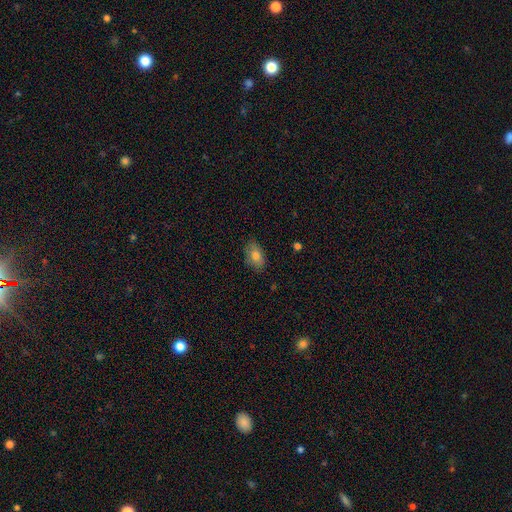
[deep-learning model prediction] This appears to be a smooth galaxy with no disk features (79%) that is in between round and cigar-shaped (89%). Merging: none (81%).